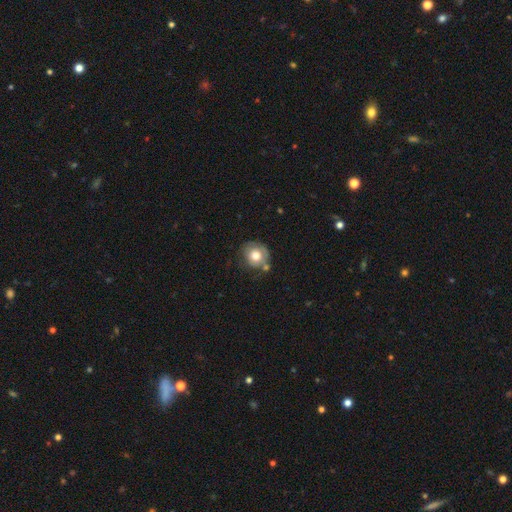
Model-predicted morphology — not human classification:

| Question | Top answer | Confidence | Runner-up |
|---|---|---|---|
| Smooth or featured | smooth | 69% | featured or disk (22%) |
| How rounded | round | 85% | in between (15%) |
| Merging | none | 59% | minor disturbance (22%) |